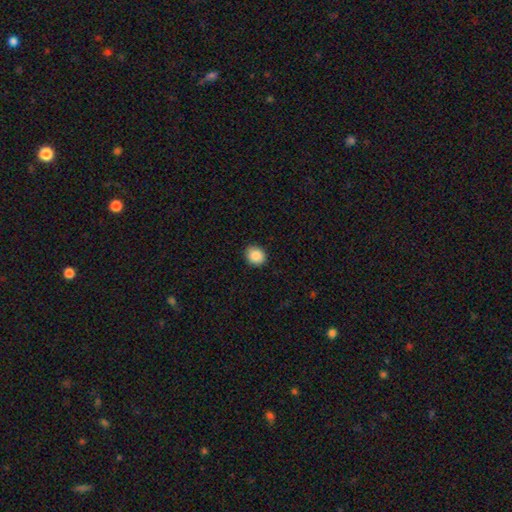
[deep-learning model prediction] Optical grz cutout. It shows a smooth galaxy with no disk features (88%) that is round (77%). Merging: none (91%).